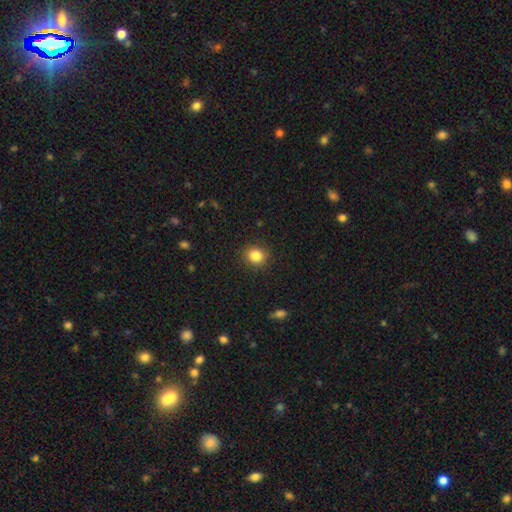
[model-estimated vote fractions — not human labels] Smooth or featured? Predicted: smooth (p=0.85). How rounded? Predicted: round (p=0.78). Merging? Predicted: none (p=0.89).